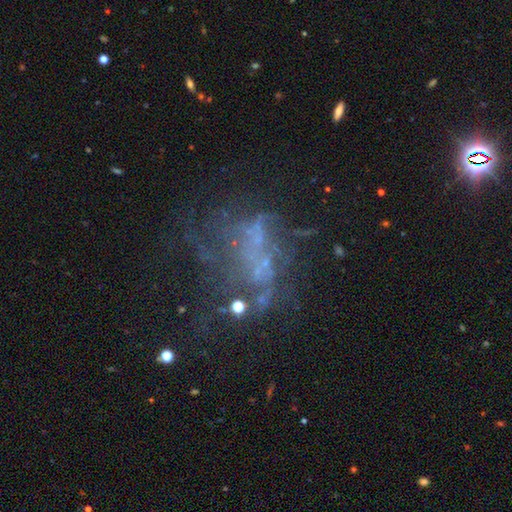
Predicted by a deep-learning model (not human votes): Smooth or featured? Predicted: featured or disk (p=0.51). Edge-on disk? Predicted: no (p=0.96). Merging? Predicted: none (p=0.40).